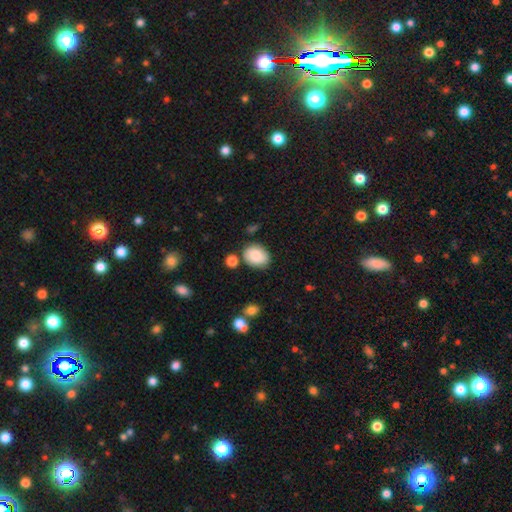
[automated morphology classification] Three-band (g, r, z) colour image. It shows a smooth galaxy with no disk features (85%) that is in between round and cigar-shaped (61%). Merging: none (74%).